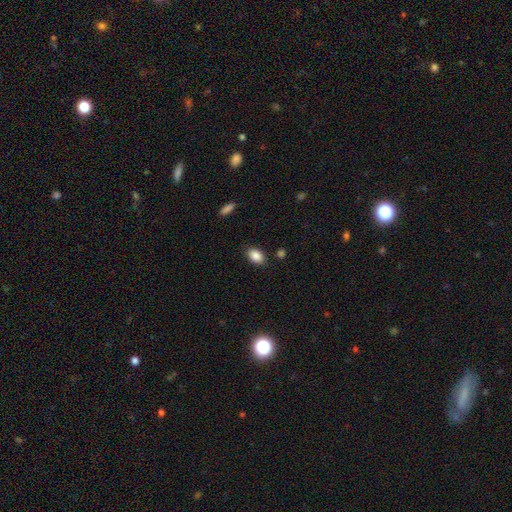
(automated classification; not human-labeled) smooth-or-featured: smooth: 88% | star or artifact: 8% | featured or disk: 4%
  how-rounded: in between: 86% | round: 12% | cigar-shaped: 1%
  merging: none: 85% | minor disturbance: 10% | major disturbance: 3% | merger: 2%